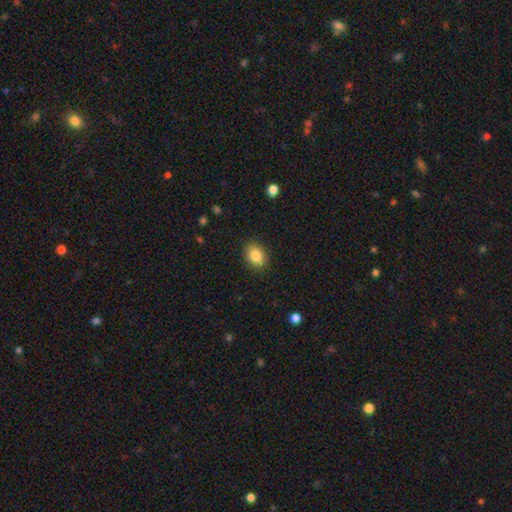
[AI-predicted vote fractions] smooth 85%, star or artifact 8%, featured or disk 6%. Down the decision tree: how rounded — in between (71%); merging — none (88%).